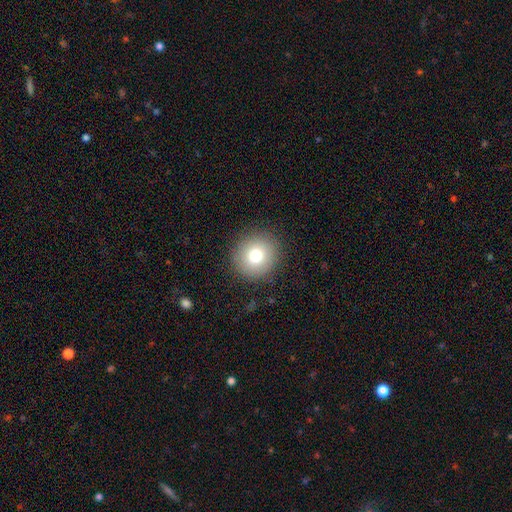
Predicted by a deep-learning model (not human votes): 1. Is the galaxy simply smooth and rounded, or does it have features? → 79% smooth, 11% featured or disk, 11% star or artifact.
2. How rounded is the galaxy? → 92% round, 7% in between, 1% cigar-shaped.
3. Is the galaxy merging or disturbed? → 89% none, 7% minor disturbance, 3% major disturbance, 1% merger.